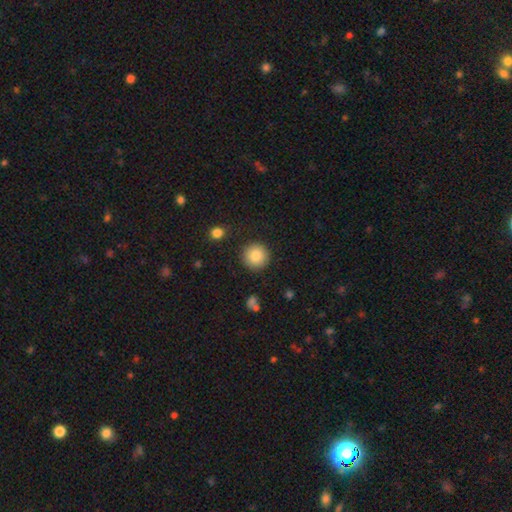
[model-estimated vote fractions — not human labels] This is clearly a smooth galaxy (86%). How rounded: clearly round (95%). Merging: clearly none (90%).